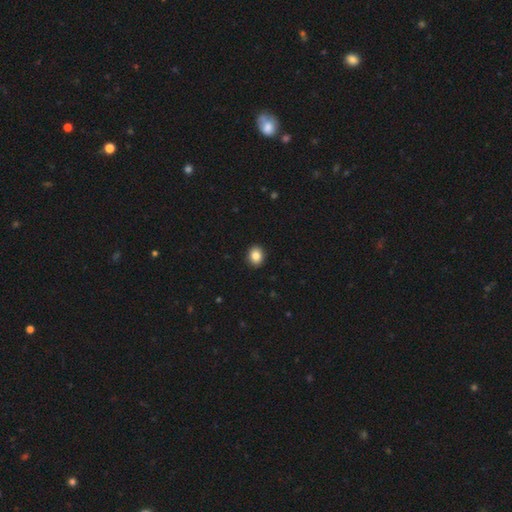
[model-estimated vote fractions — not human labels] smooth_or_featured: smooth (p=0.85) [alt: star or artifact p=0.09]
how_rounded: round (p=0.59) [alt: in between p=0.40]
merging: none (p=0.92) [alt: minor disturbance p=0.05]